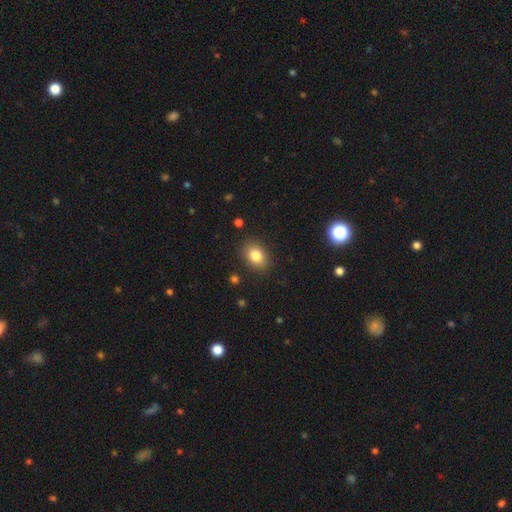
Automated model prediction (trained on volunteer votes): smooth-or-featured: smooth: 83% | star or artifact: 10% | featured or disk: 8%
  how-rounded: in between: 67% | round: 32% | cigar-shaped: 1%
  merging: none: 87% | minor disturbance: 9% | major disturbance: 2% | merger: 1%